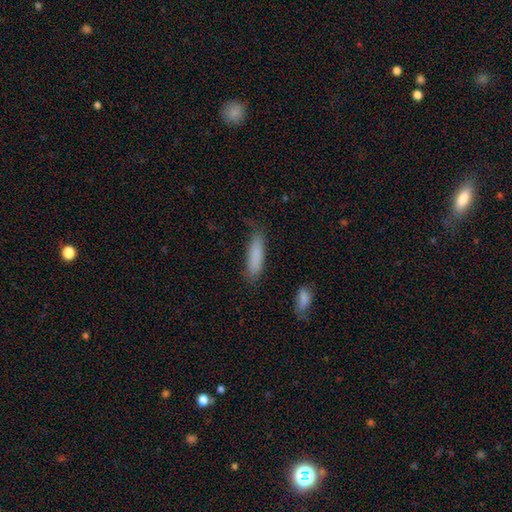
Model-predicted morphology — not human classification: smooth-or-featured: smooth: 83% | featured or disk: 10% | star or artifact: 7%
  how-rounded: cigar-shaped: 73% | in between: 26% | round: 2%
  merging: none: 74% | minor disturbance: 18% | major disturbance: 5% | merger: 3%